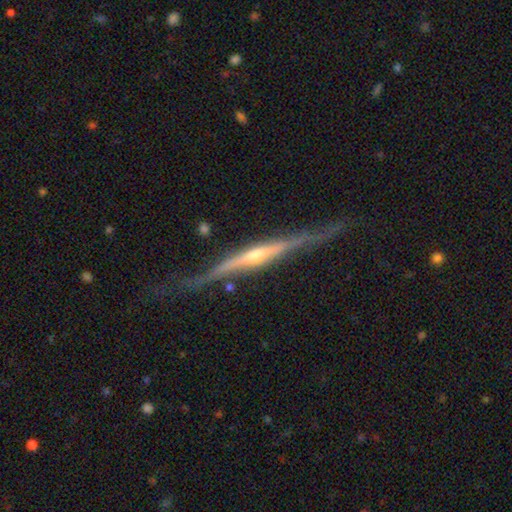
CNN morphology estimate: Overall: featured or disk (86%). Edge-on disk: yes (96%). Edge-on bulge: rounded (76%). Merging: none (69%).